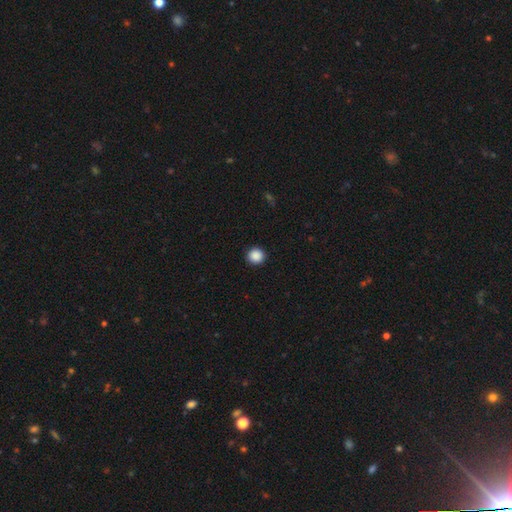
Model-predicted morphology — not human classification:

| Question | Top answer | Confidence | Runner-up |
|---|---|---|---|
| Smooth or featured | smooth | 89% | star or artifact (9%) |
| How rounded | round | 95% | in between (4%) |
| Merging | none | 93% | minor disturbance (4%) |